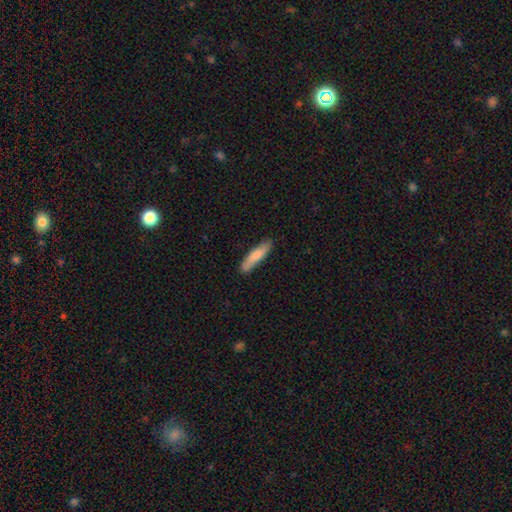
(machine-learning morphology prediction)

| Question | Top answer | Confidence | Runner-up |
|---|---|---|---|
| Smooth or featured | smooth | 77% | featured or disk (18%) |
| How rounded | cigar-shaped | 80% | in between (18%) |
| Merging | none | 83% | minor disturbance (13%) |